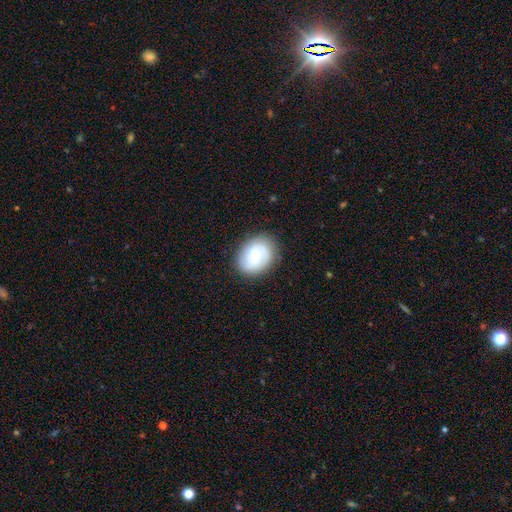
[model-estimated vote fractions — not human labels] smooth_or_featured: smooth (p=0.52) [alt: featured or disk p=0.40]
how_rounded: in between (p=0.55) [alt: round p=0.44]
merging: none (p=0.80) [alt: minor disturbance p=0.14]